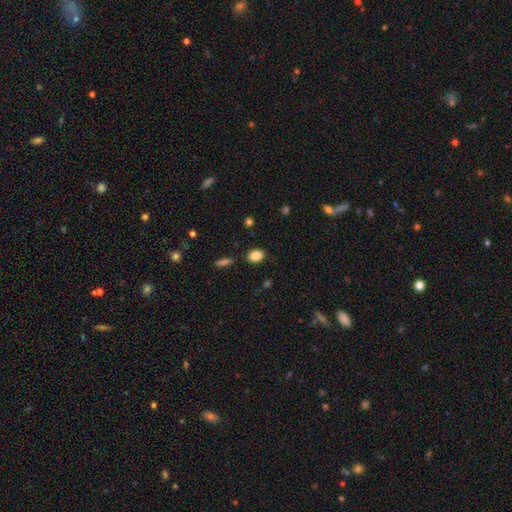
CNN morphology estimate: Smooth or featured? smooth (85%)
How rounded? in between (66%)
Merging? none (86%)